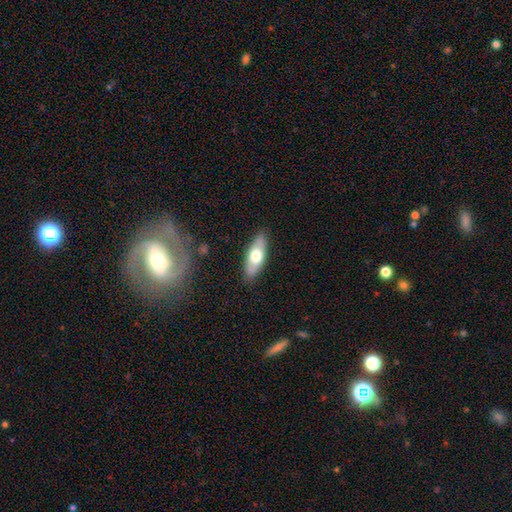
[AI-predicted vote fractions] smooth 62%, featured or disk 33%, star or artifact 5%. Down the decision tree: how rounded — in between (71%); merging — none (86%).